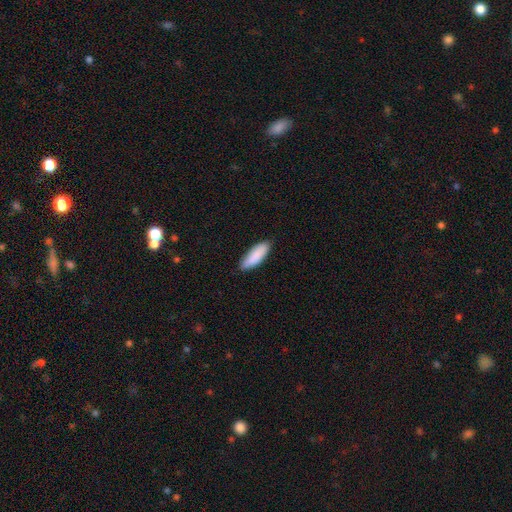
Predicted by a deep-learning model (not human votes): The model was most divided on "how rounded": in between: 62%, cigar-shaped: 36%, round: 1%. More confident: smooth or featured — smooth (89%); merging — none (86%).